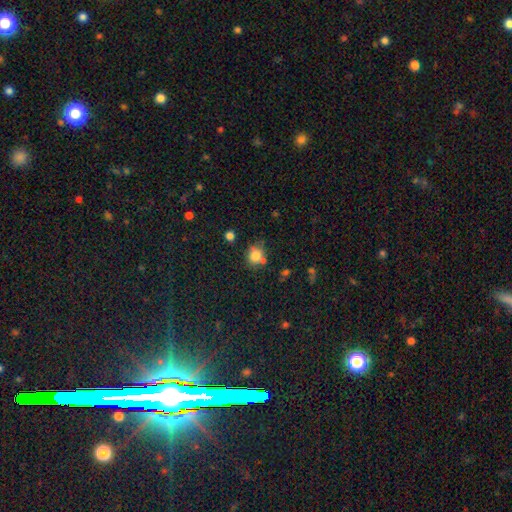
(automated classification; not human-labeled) smooth 79%, star or artifact 12%, featured or disk 9%. Down the decision tree: how rounded — round (73%); merging — none (61%).